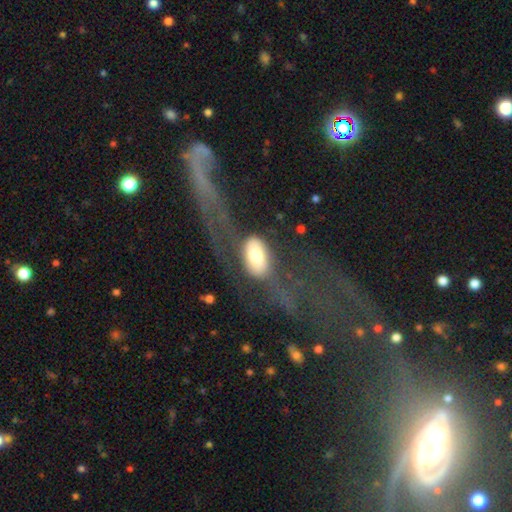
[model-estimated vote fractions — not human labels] smooth_or_featured: smooth (p=0.54) [alt: featured or disk p=0.38]
how_rounded: in between (p=0.89) [alt: round p=0.07]
merging: major disturbance (p=0.48) [alt: none p=0.31]